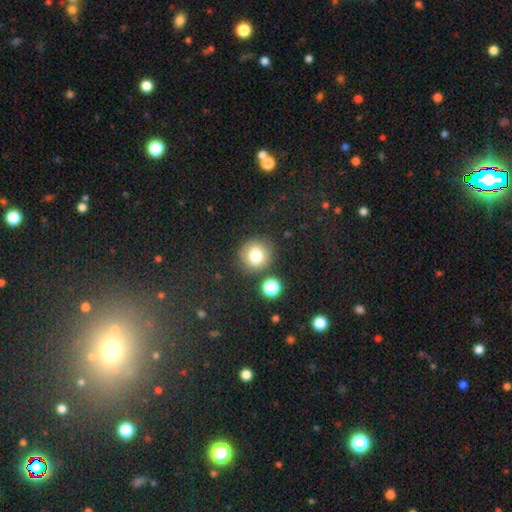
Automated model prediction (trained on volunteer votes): Smooth or featured? Predicted: smooth (p=0.78). How rounded? Predicted: round (p=0.90). Merging? Predicted: none (p=0.82).